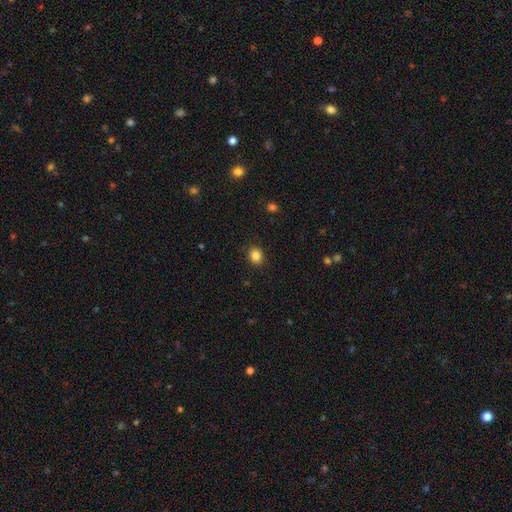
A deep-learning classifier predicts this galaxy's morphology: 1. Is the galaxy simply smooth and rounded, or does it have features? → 85% smooth, 11% star or artifact, 5% featured or disk.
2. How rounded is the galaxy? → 61% round, 38% in between, 1% cigar-shaped.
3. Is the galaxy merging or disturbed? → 89% none, 8% minor disturbance, 2% major disturbance, 1% merger.